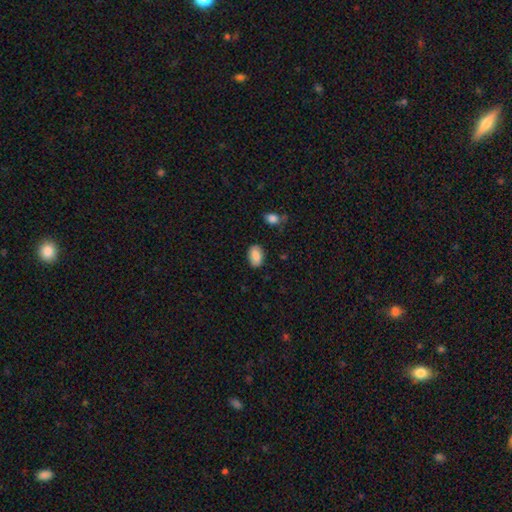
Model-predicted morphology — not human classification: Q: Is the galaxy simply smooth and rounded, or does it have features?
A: smooth — 85%.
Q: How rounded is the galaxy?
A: in between — 90%.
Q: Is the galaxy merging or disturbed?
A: none — 81%.